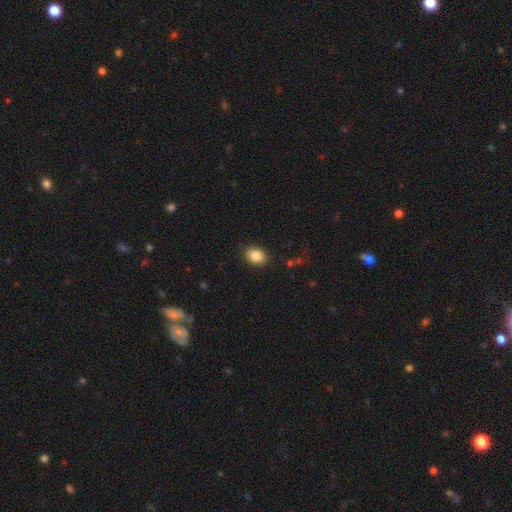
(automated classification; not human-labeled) smooth 87%, star or artifact 9%, featured or disk 5%. Down the decision tree: how rounded — in between (64%); merging — none (87%).